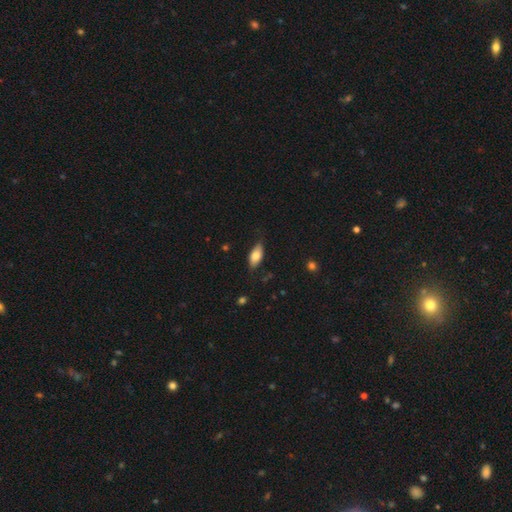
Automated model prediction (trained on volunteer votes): Morphology: type=smooth (76%); roundness=in between (86%); merging=none (79%).